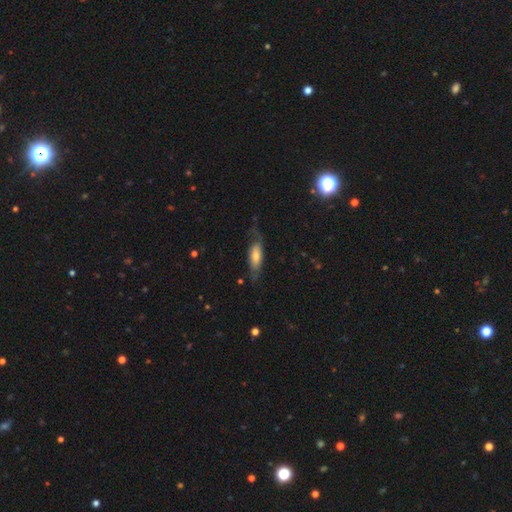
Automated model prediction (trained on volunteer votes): This appears to be a smooth galaxy with no disk features (56%) that is in between round and cigar-shaped (64%). Merging: none (57%).